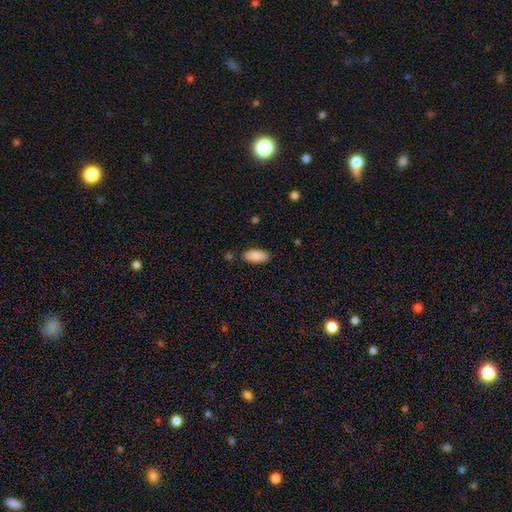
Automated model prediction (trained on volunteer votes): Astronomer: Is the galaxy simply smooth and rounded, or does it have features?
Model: smooth — 89%.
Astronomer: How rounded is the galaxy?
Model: in between — 85%.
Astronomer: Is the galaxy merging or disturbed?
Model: none — 84%.